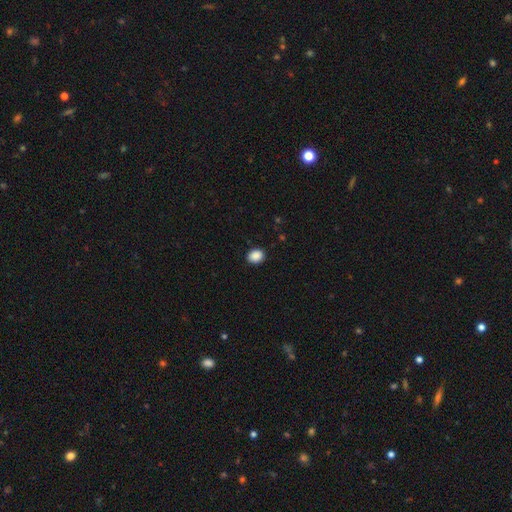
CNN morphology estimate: Smooth or featured?
  - smooth: 89% *
  - star or artifact: 9%
  - featured or disk: 2%
How rounded?
  - round: 54% *
  - in between: 45%
  - cigar-shaped: 1%
Merging?
  - none: 90% *
  - minor disturbance: 7%
  - major disturbance: 2%
  - merger: 1%